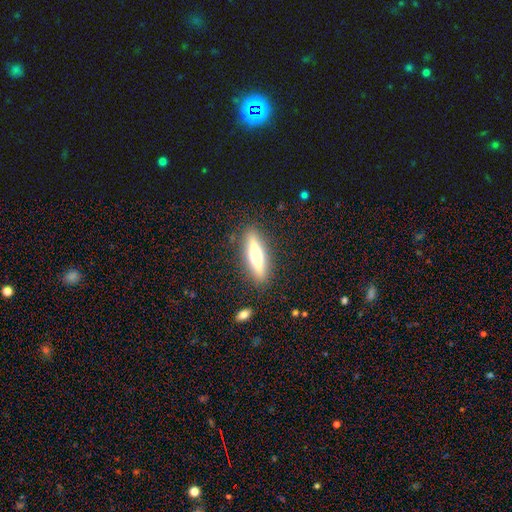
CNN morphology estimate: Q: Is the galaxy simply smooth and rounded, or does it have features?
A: featured or disk — 50%.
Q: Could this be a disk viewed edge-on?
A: yes — 91%.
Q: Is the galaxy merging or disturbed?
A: none — 88%.